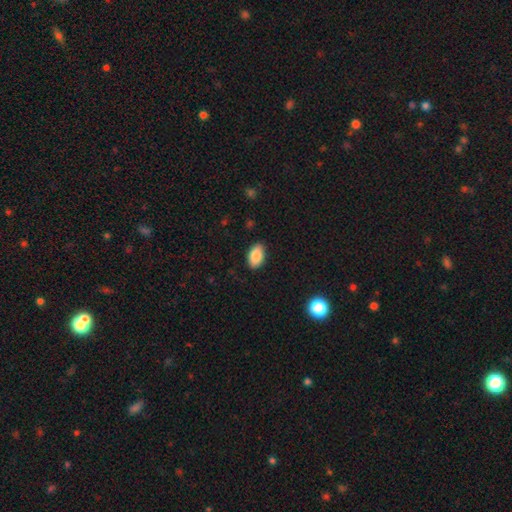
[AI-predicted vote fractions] A smooth galaxy with no disk features (87%) that is in between round and cigar-shaped (92%). Merging: none (86%).